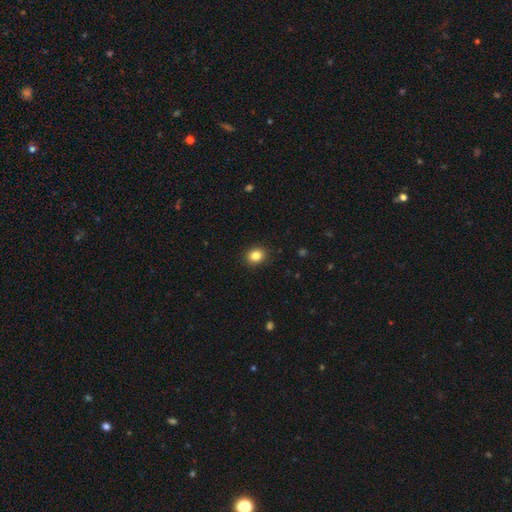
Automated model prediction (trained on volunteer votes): smooth-or-featured: smooth: 84% | star or artifact: 10% | featured or disk: 5%
  how-rounded: round: 63% | in between: 36% | cigar-shaped: 1%
  merging: none: 91% | minor disturbance: 7% | major disturbance: 2% | merger: 1%